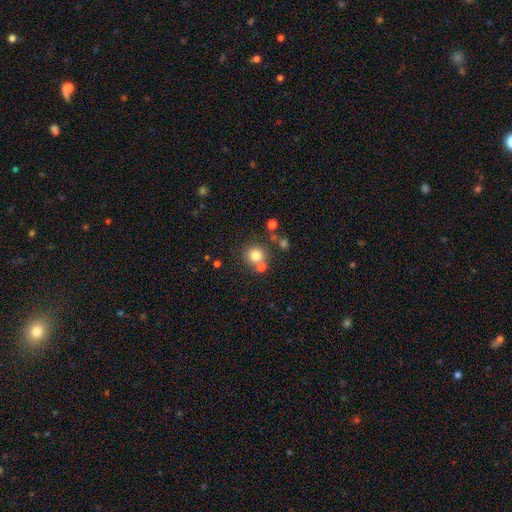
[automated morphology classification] The model was most divided on "merging": none: 66%, merger: 22%, minor disturbance: 9%, major disturbance: 4%. More confident: how rounded — round (91%); smooth or featured — smooth (77%).